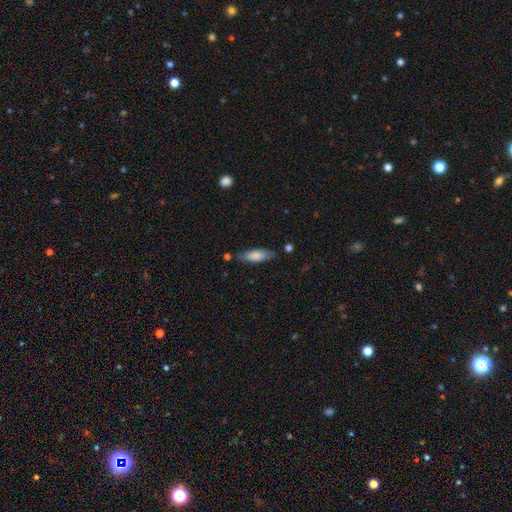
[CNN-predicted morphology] This appears to be a smooth galaxy with no disk features (75%) that is in between round and cigar-shaped (56%). Merging: none (73%).